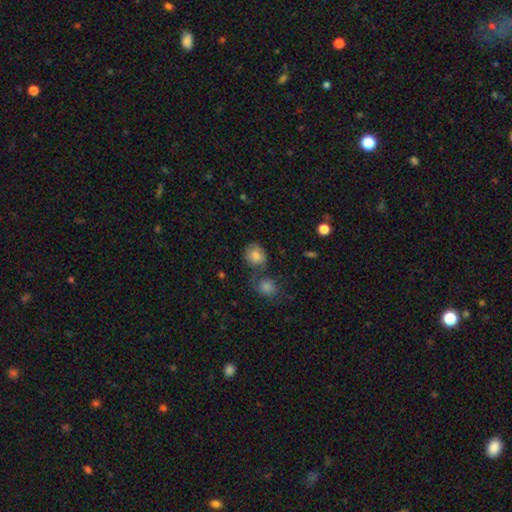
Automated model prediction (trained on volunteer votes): smooth-or-featured: smooth: 76% | featured or disk: 14% | star or artifact: 10%
  how-rounded: round: 67% | in between: 32% | cigar-shaped: 1%
  merging: none: 50% | merger: 22% | minor disturbance: 19% | major disturbance: 8%